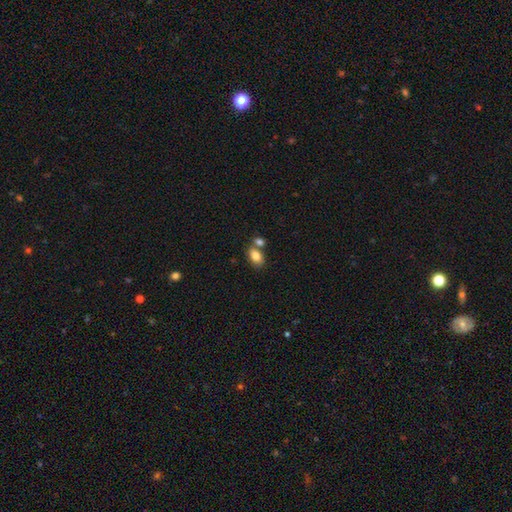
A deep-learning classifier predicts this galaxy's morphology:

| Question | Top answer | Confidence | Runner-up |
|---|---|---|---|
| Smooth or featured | smooth | 82% | featured or disk (10%) |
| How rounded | in between | 87% | round (11%) |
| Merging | none | 57% | merger (29%) |